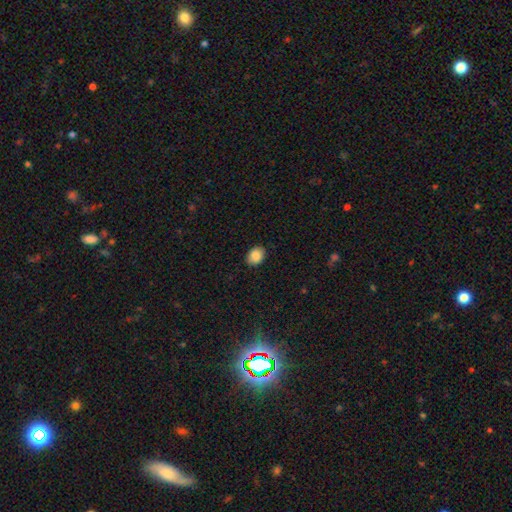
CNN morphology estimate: The model was most divided on "how rounded": in between: 60%, round: 39%, cigar-shaped: 1%. More confident: smooth or featured — smooth (88%); merging — none (87%).